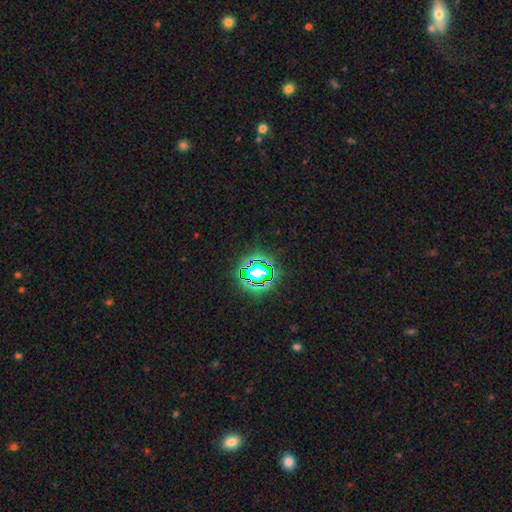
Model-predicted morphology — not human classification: A star or artifact, not a galaxy (76%).

Vote fractions:
- Smooth or featured? star or artifact: 76% / smooth: 15% / featured or disk: 8%